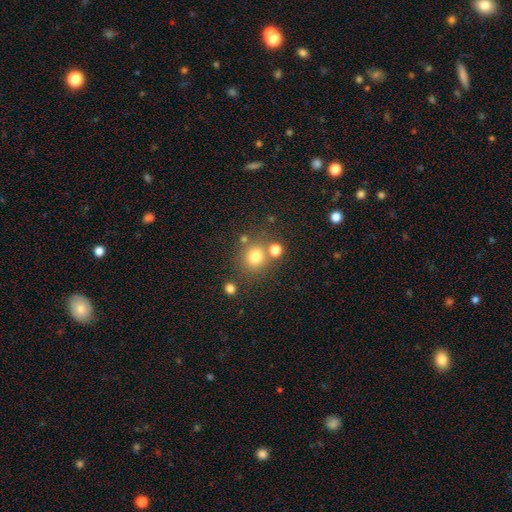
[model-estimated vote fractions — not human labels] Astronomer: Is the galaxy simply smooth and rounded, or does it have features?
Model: smooth — 75%.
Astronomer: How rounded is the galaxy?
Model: round — 83%.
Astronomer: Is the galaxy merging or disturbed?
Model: none — 70%.